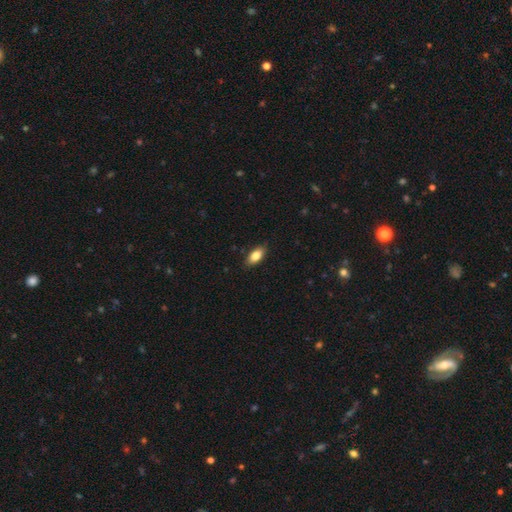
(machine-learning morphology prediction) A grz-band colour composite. It shows a smooth galaxy with no disk features (83%) that is in between round and cigar-shaped (89%). Merging: none (86%).